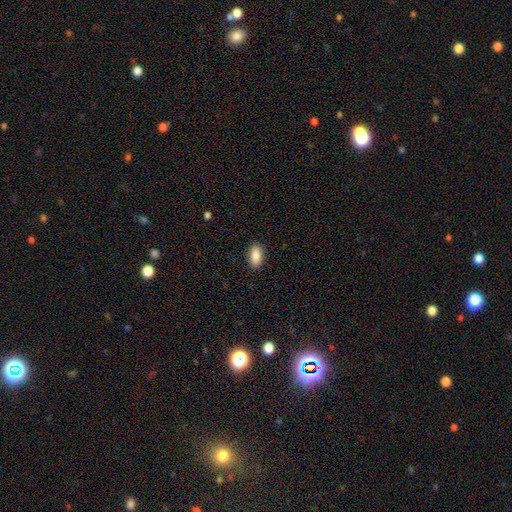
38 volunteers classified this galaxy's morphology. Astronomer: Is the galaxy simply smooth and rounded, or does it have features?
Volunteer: smooth — 89%.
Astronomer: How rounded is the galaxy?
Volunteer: in between — 88%.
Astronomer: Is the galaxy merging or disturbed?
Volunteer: none — 86%.